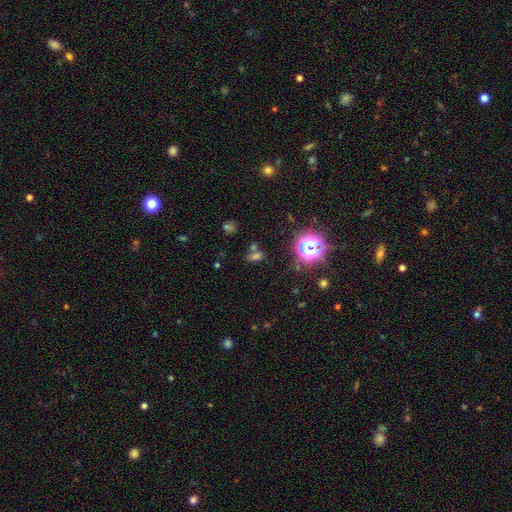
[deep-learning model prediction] Smooth or featured? star or artifact (46%)